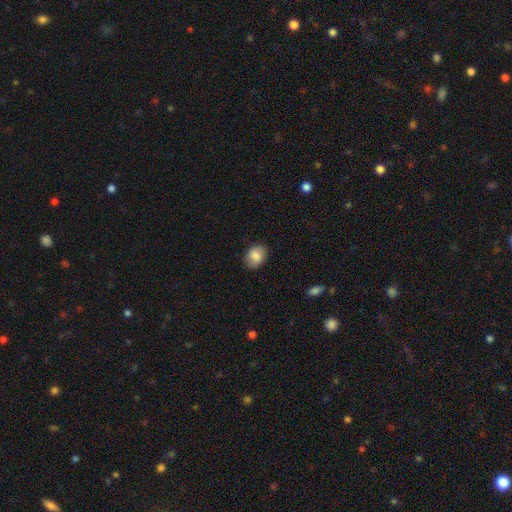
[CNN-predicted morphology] Smooth or featured: smooth — 85% (featured or disk — 8%)
How rounded: in between — 66% (round — 33%)
Merging: none — 82% (minor disturbance — 14%)